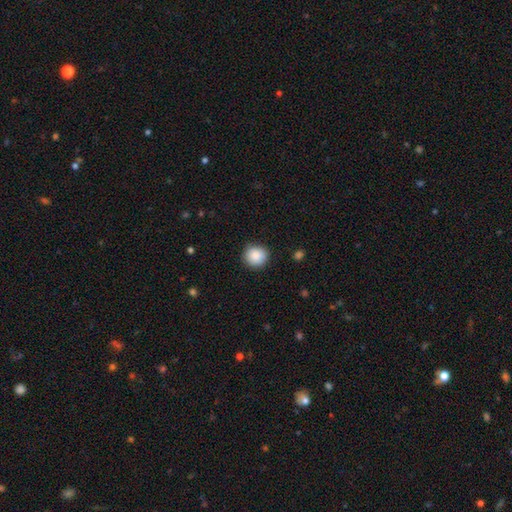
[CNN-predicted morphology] smooth_or_featured: smooth (p=0.88) [alt: star or artifact p=0.08]
how_rounded: round (p=0.89) [alt: in between p=0.10]
merging: none (p=0.88) [alt: minor disturbance p=0.09]